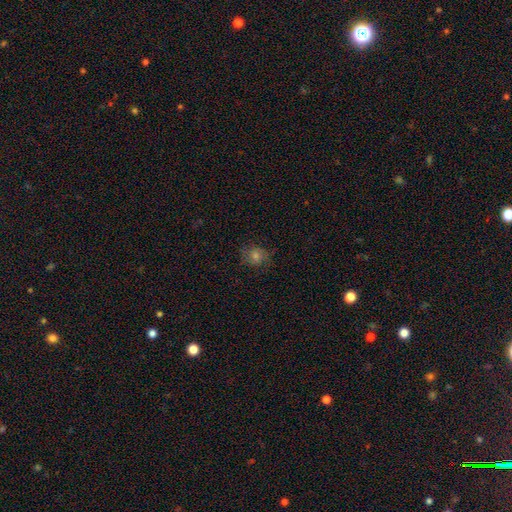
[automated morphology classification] smooth_or_featured: smooth (p=0.58) [alt: featured or disk p=0.22]
how_rounded: round (p=0.77) [alt: in between p=0.22]
merging: none (p=0.77) [alt: minor disturbance p=0.16]